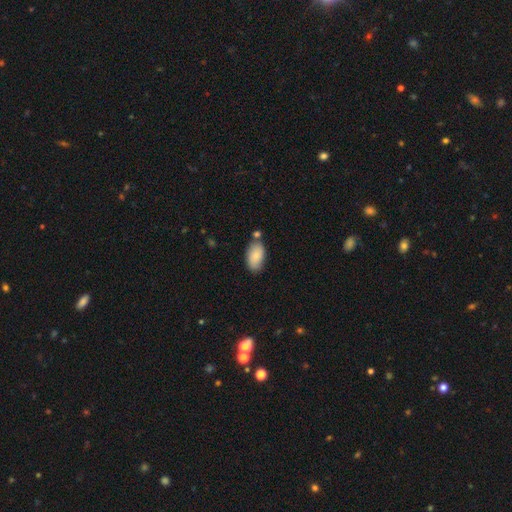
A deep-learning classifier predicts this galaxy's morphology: type=smooth (81%); roundness=in between (94%); merging=none (67%).